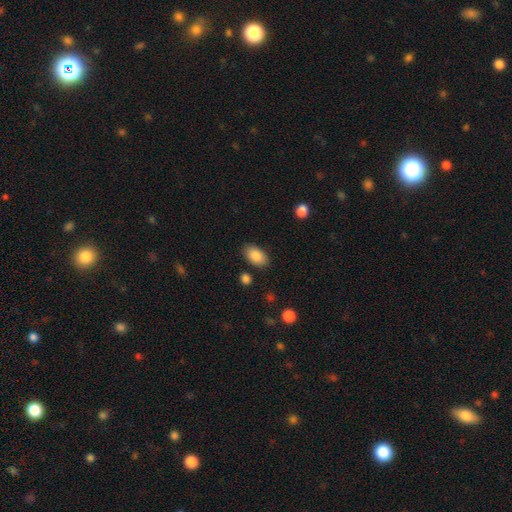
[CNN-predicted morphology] Smooth or featured?
  - smooth: 87% *
  - star or artifact: 7%
  - featured or disk: 6%
How rounded?
  - in between: 93% *
  - round: 5%
  - cigar-shaped: 1%
Merging?
  - none: 85% *
  - minor disturbance: 10%
  - major disturbance: 3%
  - merger: 2%